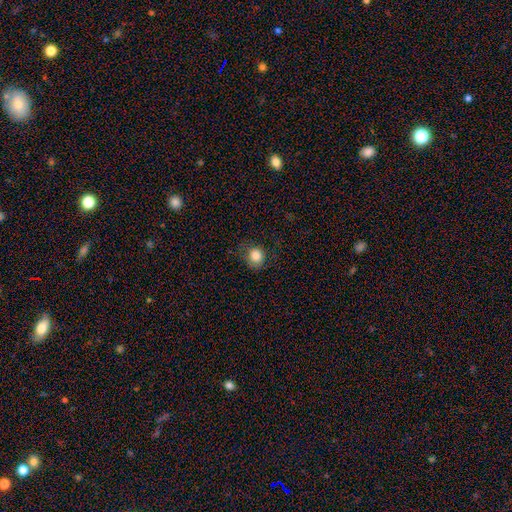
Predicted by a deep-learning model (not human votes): Smooth or featured? Predicted: smooth (p=0.83). How rounded? Predicted: round (p=0.83). Merging? Predicted: none (p=0.72).